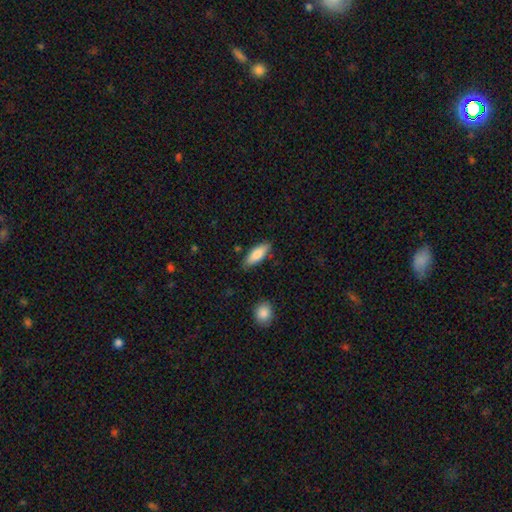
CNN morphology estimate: Q: Smooth or featured?
A: smooth (81%); runner-up: featured or disk (13%)
Q: How rounded?
A: in between (64%); runner-up: cigar-shaped (34%)
Q: Merging?
A: none (82%); runner-up: minor disturbance (13%)